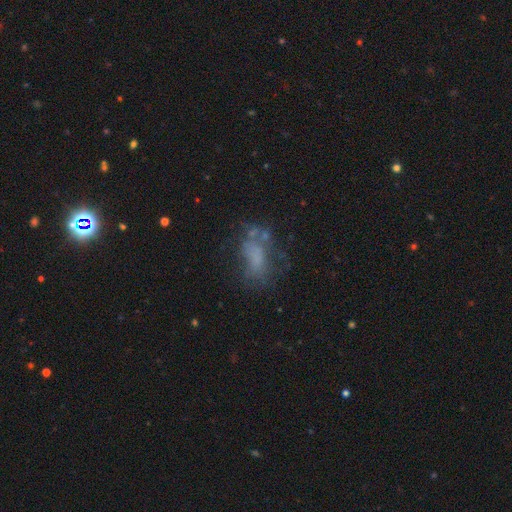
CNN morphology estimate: This appears to be a smooth galaxy with no disk features (44%). Merging: none (43%).